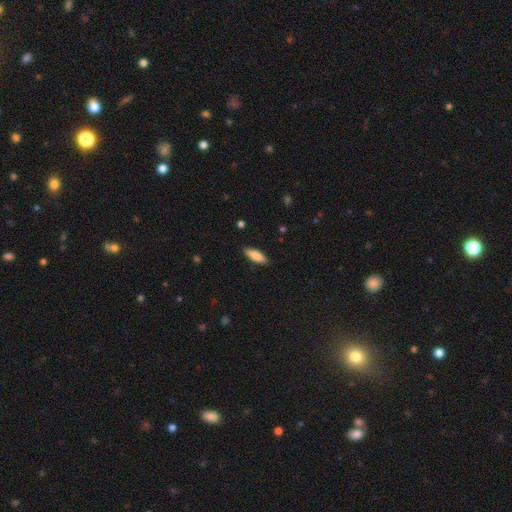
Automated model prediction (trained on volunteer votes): The model was most divided on "how rounded": in between: 57%, cigar-shaped: 41%, round: 2%. More confident: merging — none (88%); smooth or featured — smooth (83%).